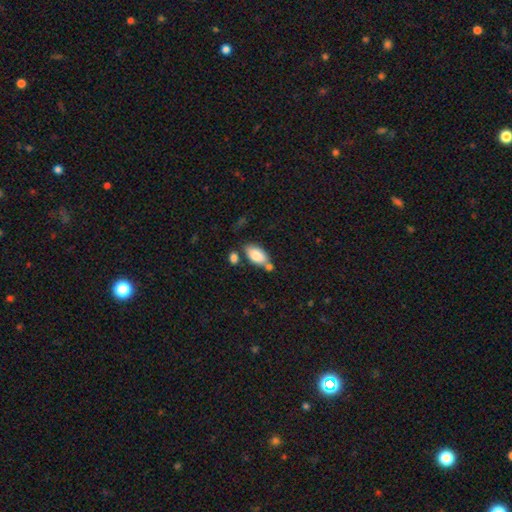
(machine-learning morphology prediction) This is clearly a smooth galaxy (82%). How rounded: clearly in between (93%). Merging: likely none (60%).